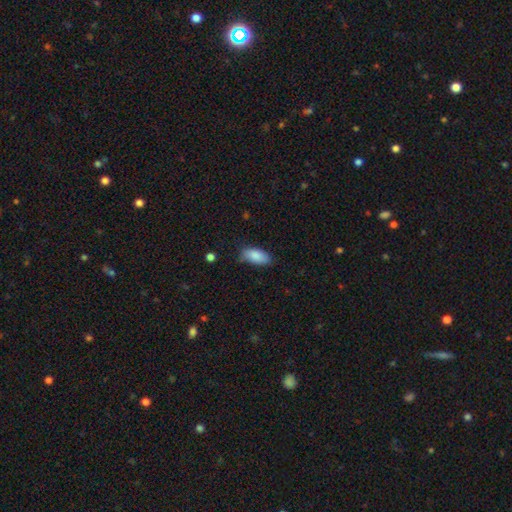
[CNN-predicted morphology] A smooth galaxy with no disk features (87%) that is in between round and cigar-shaped (91%). Merging: none (67%).